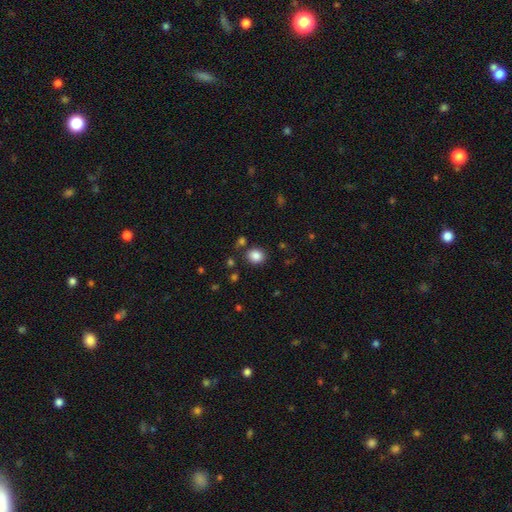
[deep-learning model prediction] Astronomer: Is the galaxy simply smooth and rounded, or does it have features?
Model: smooth — 85%.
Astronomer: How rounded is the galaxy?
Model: round — 69%.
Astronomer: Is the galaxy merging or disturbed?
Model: none — 82%.